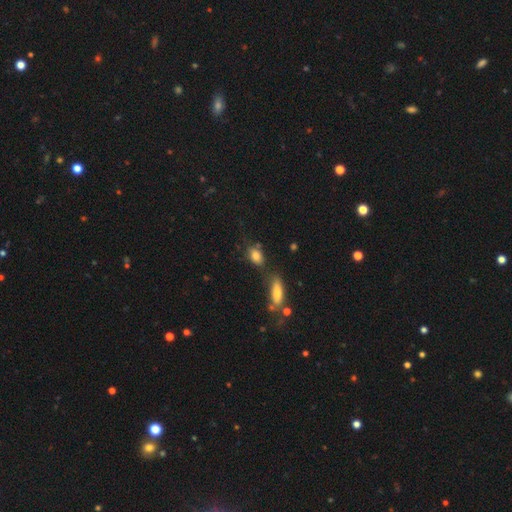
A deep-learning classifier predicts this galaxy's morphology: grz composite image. It shows a smooth galaxy with no disk features (81%) that is in between round and cigar-shaped (79%). Merging: none (58%).